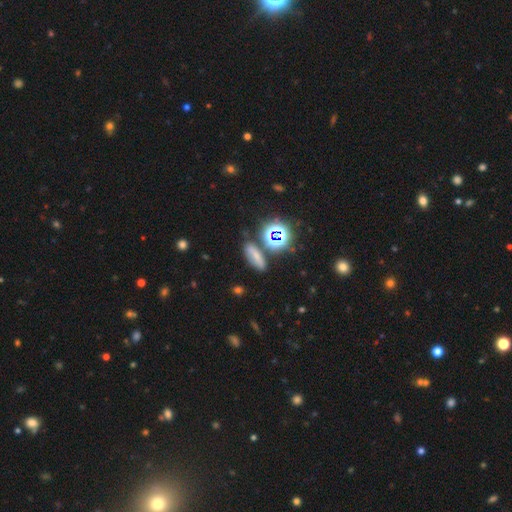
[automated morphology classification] A smooth galaxy with no disk features (57%) that is in between round and cigar-shaped (58%). Merging: none (68%).